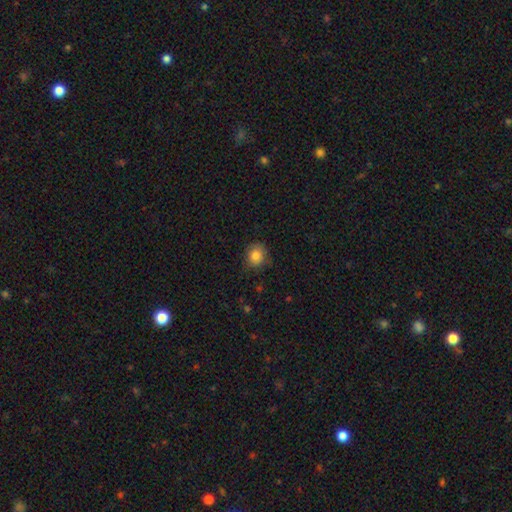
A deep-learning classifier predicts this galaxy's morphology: Smooth or featured: smooth — 83% (star or artifact — 9%)
How rounded: round — 74% (in between — 25%)
Merging: none — 77% (minor disturbance — 18%)